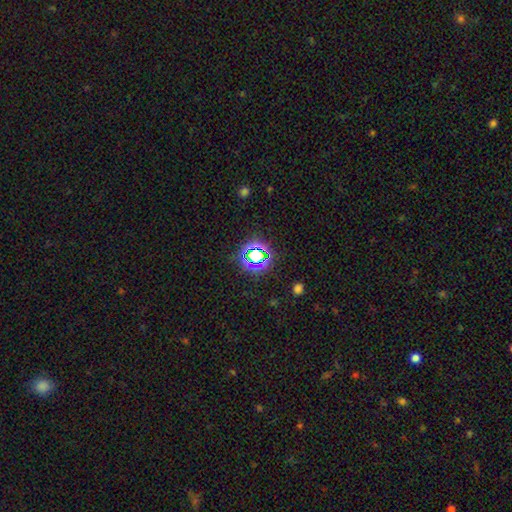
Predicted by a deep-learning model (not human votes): A star or artifact, not a galaxy (66%).

Vote fractions:
- Smooth or featured? star or artifact: 66% / smooth: 24% / featured or disk: 10%